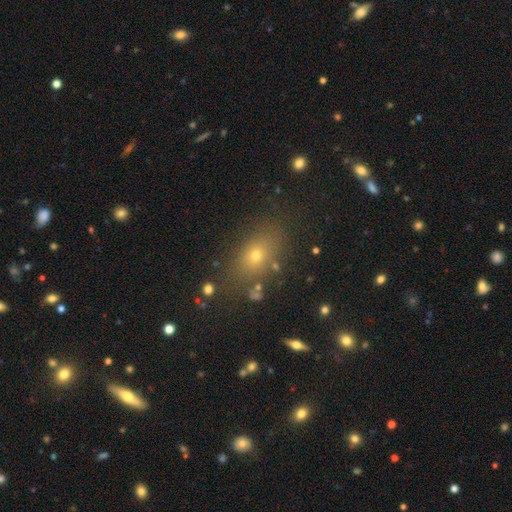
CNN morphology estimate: This appears to be a smooth galaxy with no disk features (66%) that is in between round and cigar-shaped (69%). Merging: none (80%).